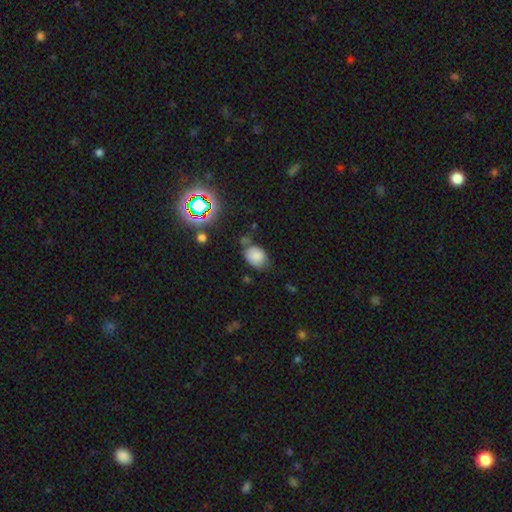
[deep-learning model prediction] A smooth galaxy with no disk features (78%) that is in between round and cigar-shaped (67%).

Vote fractions:
- Smooth or featured? smooth: 78% / star or artifact: 13% / featured or disk: 9%
- How rounded? in between: 67% / round: 32% / cigar-shaped: 1%
- Merging? none: 57% / minor disturbance: 28% / merger: 8% / major disturbance: 7%